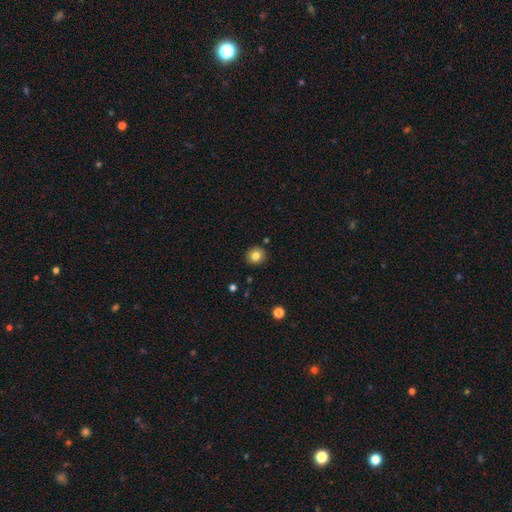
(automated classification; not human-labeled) smooth 82%, star or artifact 10%, featured or disk 8%. Down the decision tree: how rounded — round (84%); merging — none (90%).